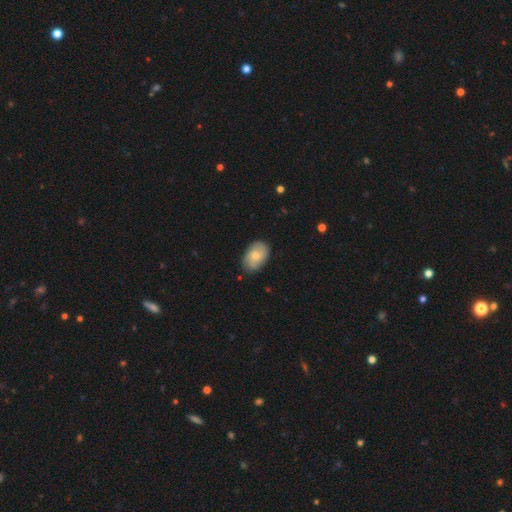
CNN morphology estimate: This is possibly a smooth galaxy (59%). How rounded: clearly in between (86%). Merging: likely none (79%).